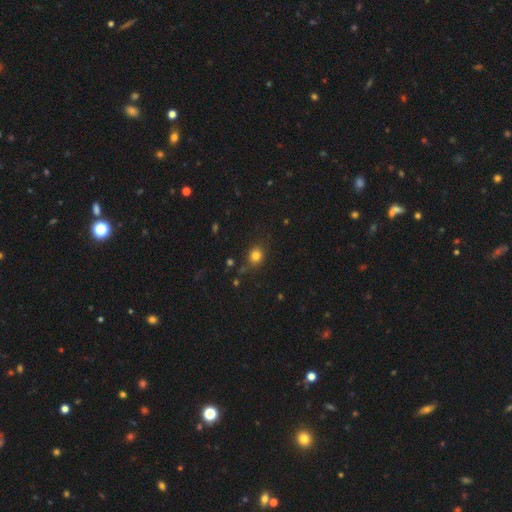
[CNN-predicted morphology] Smooth or featured: smooth — 80% (star or artifact — 13%)
How rounded: round — 76% (in between — 23%)
Merging: none — 81% (minor disturbance — 13%)